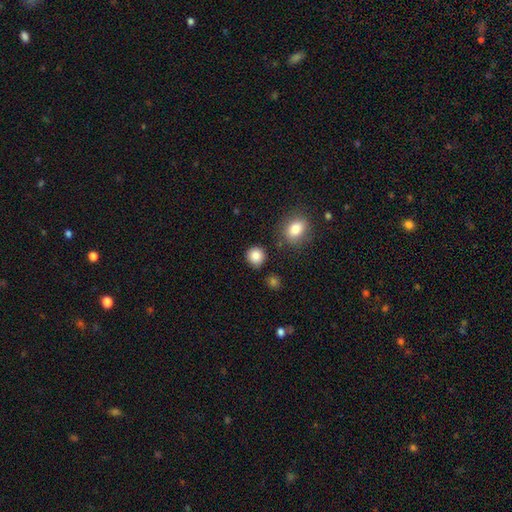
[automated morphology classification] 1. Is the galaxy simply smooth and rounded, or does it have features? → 86% smooth, 10% star or artifact, 4% featured or disk.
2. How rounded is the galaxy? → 90% round, 9% in between, 1% cigar-shaped.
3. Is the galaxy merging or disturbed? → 87% none, 8% minor disturbance, 3% merger, 3% major disturbance.